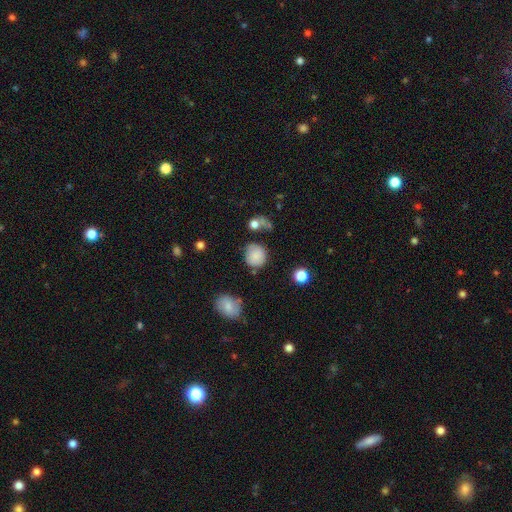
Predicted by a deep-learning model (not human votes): This is clearly a smooth galaxy (81%). How rounded: clearly round (84%). Merging: likely none (68%).